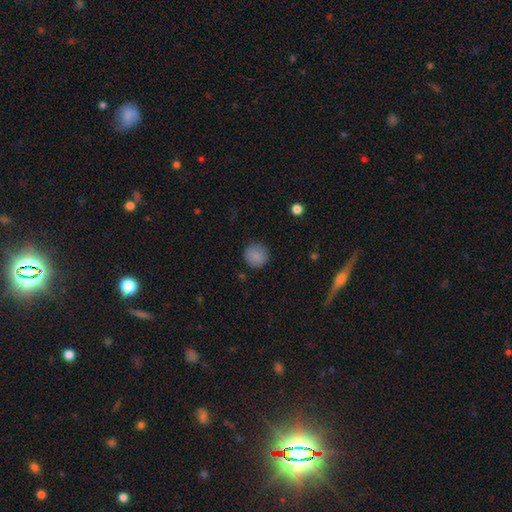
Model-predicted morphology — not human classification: A smooth galaxy with no disk features (86%) that is round (91%). Merging: none (87%).